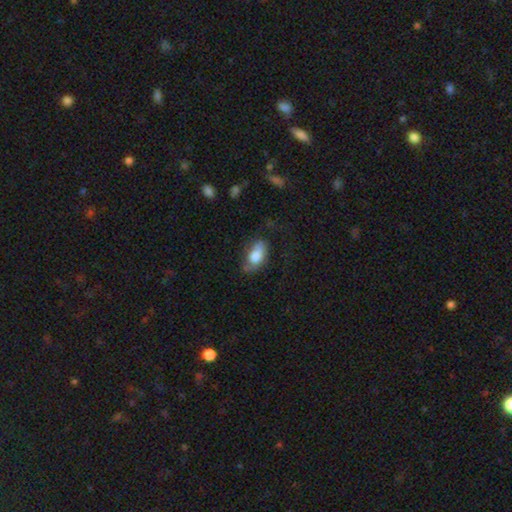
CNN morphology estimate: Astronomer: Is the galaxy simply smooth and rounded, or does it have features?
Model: smooth — 77%.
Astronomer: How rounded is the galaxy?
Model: in between — 90%.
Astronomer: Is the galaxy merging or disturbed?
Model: none — 47% (runner-up: minor disturbance, 34%).